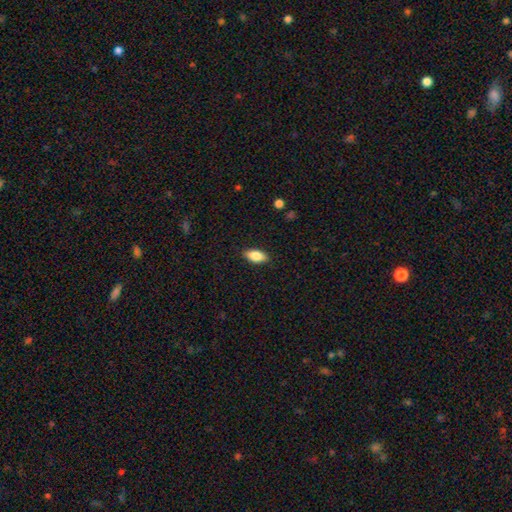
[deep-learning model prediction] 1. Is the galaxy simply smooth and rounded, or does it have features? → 84% smooth, 9% featured or disk, 7% star or artifact.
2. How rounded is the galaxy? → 90% in between, 6% cigar-shaped, 4% round.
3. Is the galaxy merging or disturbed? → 88% none, 9% minor disturbance, 2% major disturbance, 1% merger.